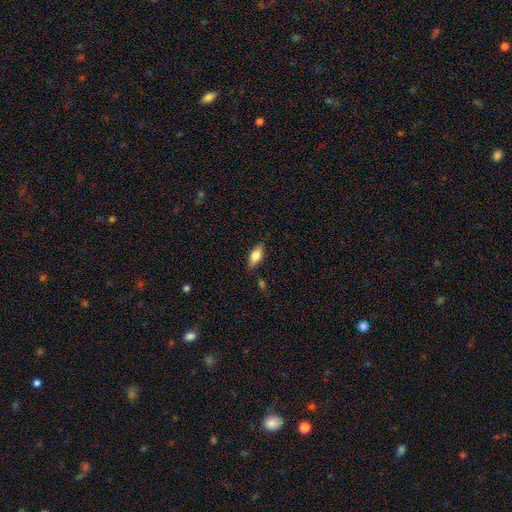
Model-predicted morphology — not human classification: A smooth galaxy with no disk features (77%) that is in between round and cigar-shaped (84%).

Vote fractions:
- Smooth or featured? smooth: 77% / featured or disk: 16% / star or artifact: 7%
- How rounded? in between: 84% / cigar-shaped: 13% / round: 3%
- Merging? none: 81% / minor disturbance: 14% / major disturbance: 3% / merger: 2%